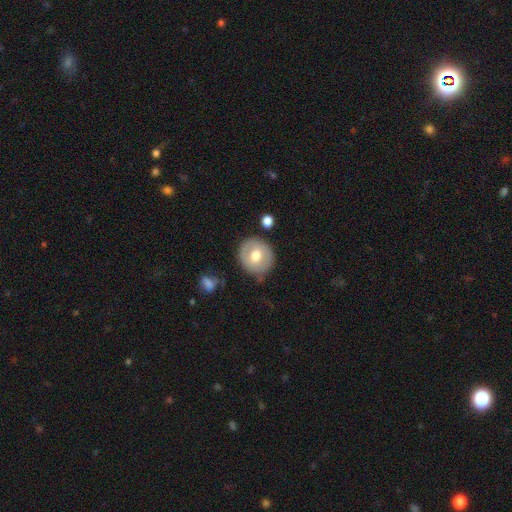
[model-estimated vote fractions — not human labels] A smooth galaxy with no disk features (62%) that is round (86%). Merging: none (79%).